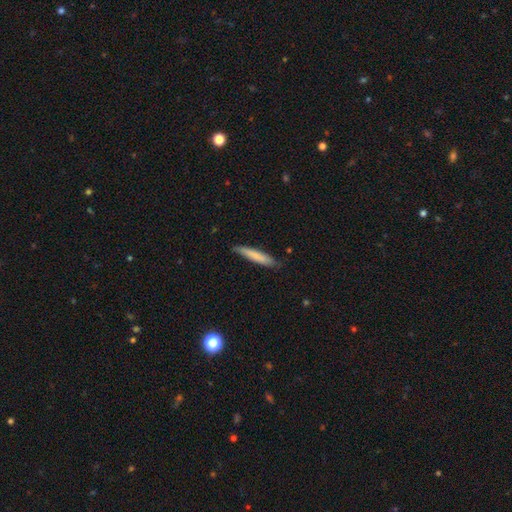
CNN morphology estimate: This appears to be a smooth galaxy with no disk features (76%) that is cigar-shaped (92%). Merging: none (82%).